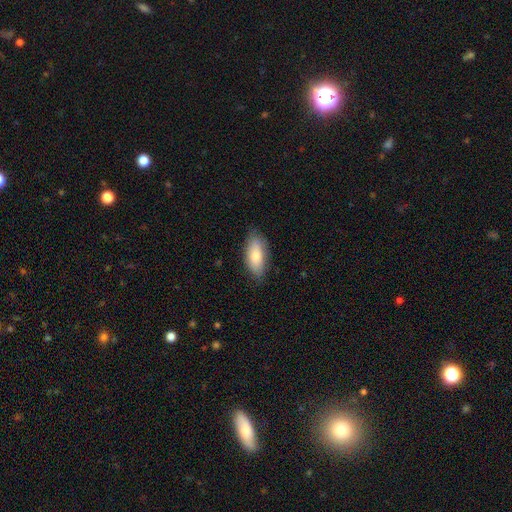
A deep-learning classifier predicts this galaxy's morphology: A smooth galaxy with no disk features (80%) that is in between round and cigar-shaped (86%).

Vote fractions:
- Smooth or featured? smooth: 80% / featured or disk: 14% / star or artifact: 6%
- How rounded? in between: 86% / cigar-shaped: 11% / round: 2%
- Merging? none: 79% / minor disturbance: 16% / major disturbance: 3% / merger: 1%